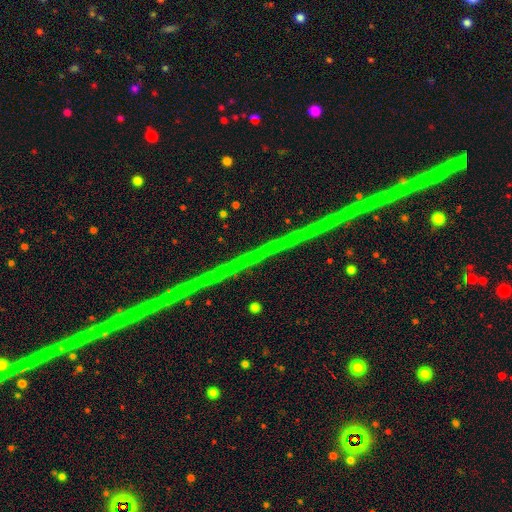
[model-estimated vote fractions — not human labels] Overall: star or artifact (79%).